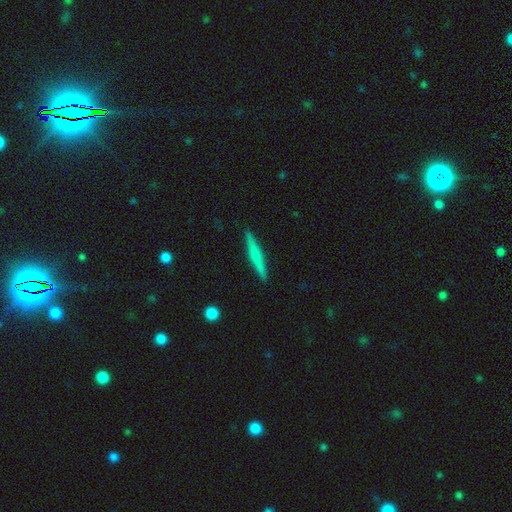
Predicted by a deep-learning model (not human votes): Overall: smooth (53%; featured or disk 41%). How rounded: cigar-shaped (94%). Merging: none (91%).